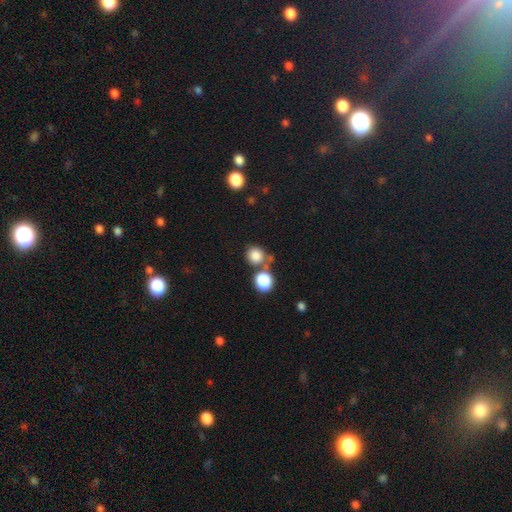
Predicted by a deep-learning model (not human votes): Smooth or featured? smooth (82%)
How rounded? round (84%)
Merging? none (58%)